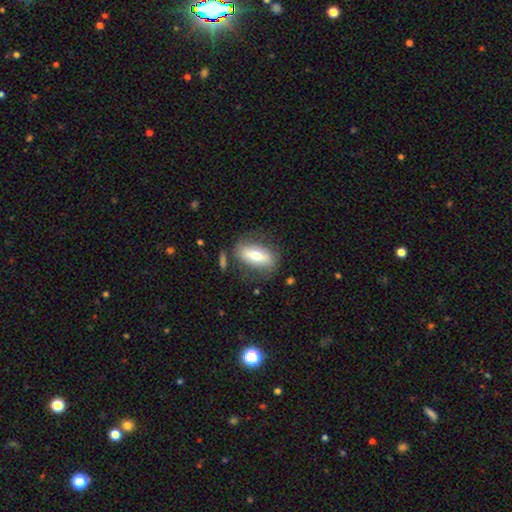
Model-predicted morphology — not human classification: A smooth galaxy with no disk features (60%) that is in between round and cigar-shaped (79%).

Vote fractions:
- Smooth or featured? smooth: 60% / featured or disk: 34% / star or artifact: 7%
- How rounded? in between: 79% / cigar-shaped: 16% / round: 5%
- Merging? none: 73% / minor disturbance: 16% / major disturbance: 7% / merger: 4%